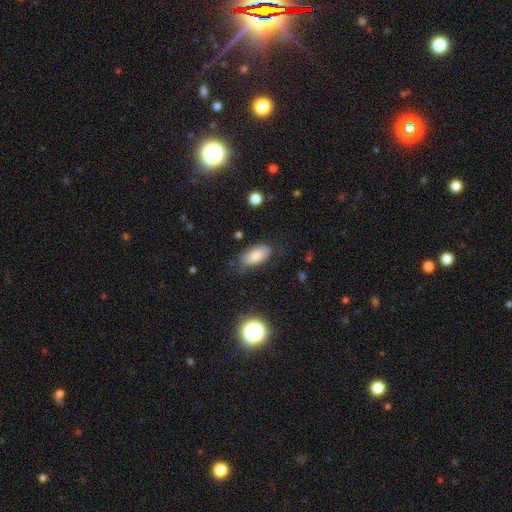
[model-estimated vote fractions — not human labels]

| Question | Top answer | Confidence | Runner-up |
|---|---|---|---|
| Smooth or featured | smooth | 79% | featured or disk (13%) |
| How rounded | in between | 90% | cigar-shaped (7%) |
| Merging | none | 70% | minor disturbance (22%) |